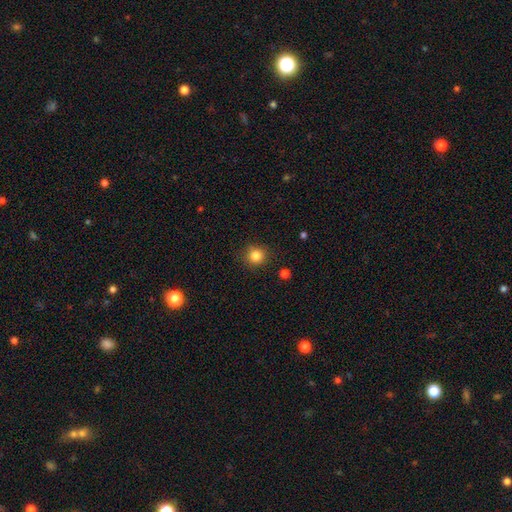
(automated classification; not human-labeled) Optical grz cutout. It shows a smooth galaxy with no disk features (84%) that is round (91%). Merging: none (87%).